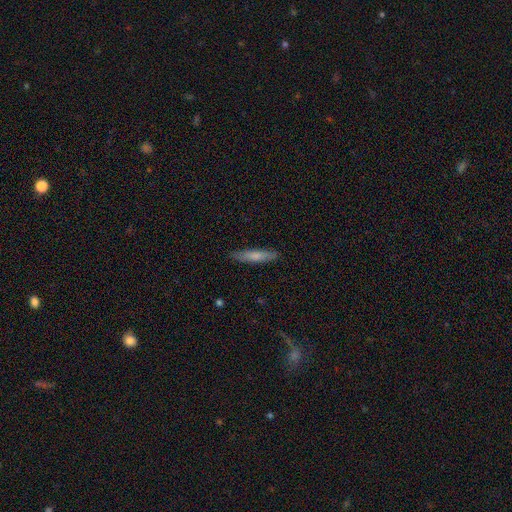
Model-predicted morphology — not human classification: Q: Smooth or featured?
A: smooth (71%); runner-up: featured or disk (23%)
Q: How rounded?
A: cigar-shaped (86%); runner-up: in between (12%)
Q: Merging?
A: none (88%); runner-up: minor disturbance (9%)